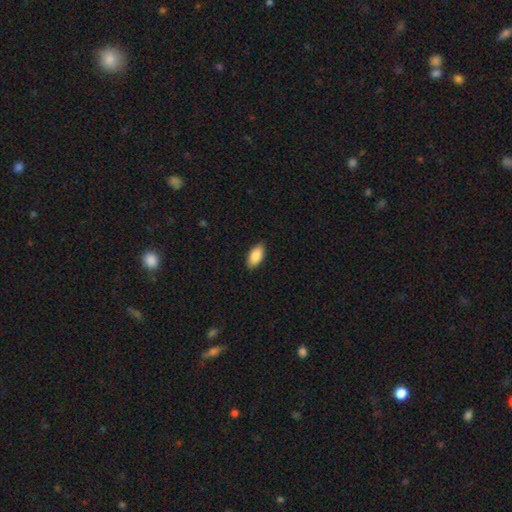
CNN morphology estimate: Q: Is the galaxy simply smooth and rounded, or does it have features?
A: smooth — 88%.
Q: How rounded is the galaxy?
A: in between — 93%.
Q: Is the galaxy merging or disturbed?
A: none — 89%.